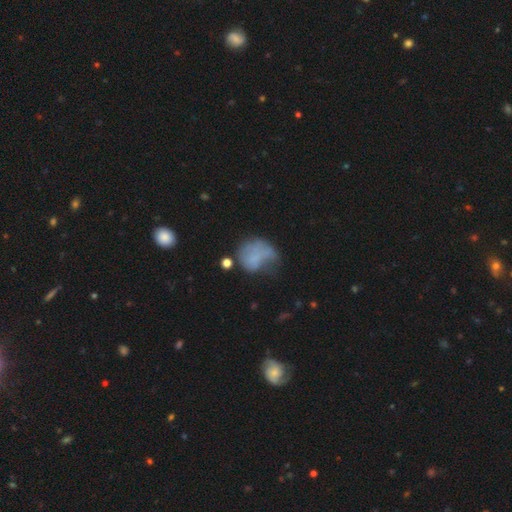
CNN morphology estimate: Overall: smooth (60%; featured or disk 27%). How rounded: round (53%; in between 46%). Merging: major disturbance (39%; minor disturbance 27%).